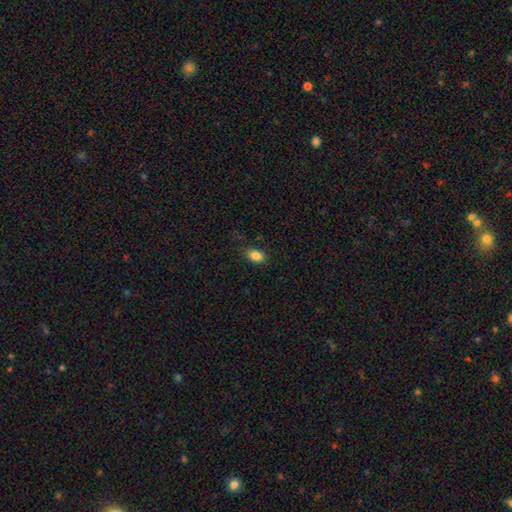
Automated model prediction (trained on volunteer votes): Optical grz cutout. It shows a smooth galaxy with no disk features (85%) that is in between round and cigar-shaped (84%). Merging: none (81%).